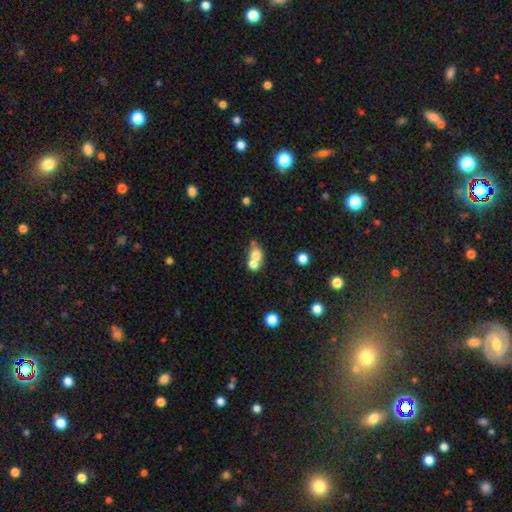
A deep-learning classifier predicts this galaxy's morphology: Q: Smooth or featured?
A: smooth (70%); runner-up: featured or disk (19%)
Q: How rounded?
A: round (63%); runner-up: in between (36%)
Q: Merging?
A: merger (61%); runner-up: none (29%)